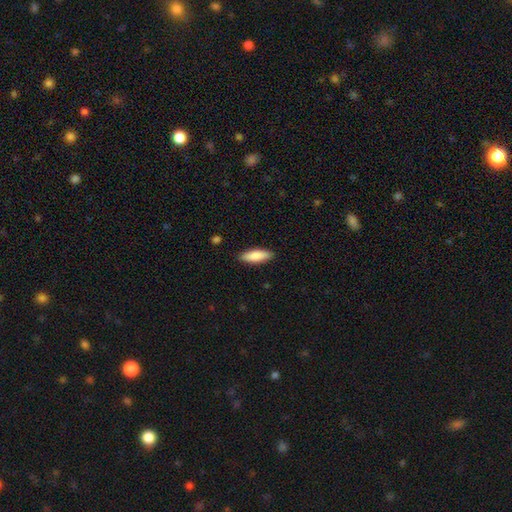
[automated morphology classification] This is clearly a smooth galaxy (85%). How rounded: possibly in between (58%). Merging: clearly none (89%).